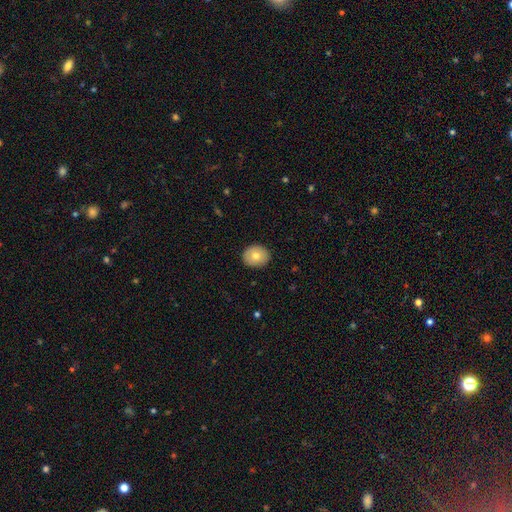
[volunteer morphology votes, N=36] smooth-or-featured: smooth: 81% | featured or disk: 19% | star or artifact: 0%
  how-rounded: round: 66% | in between: 34% | cigar-shaped: 0%
  merging: none: 89% | minor disturbance: 11% | major disturbance: 0% | merger: 0%